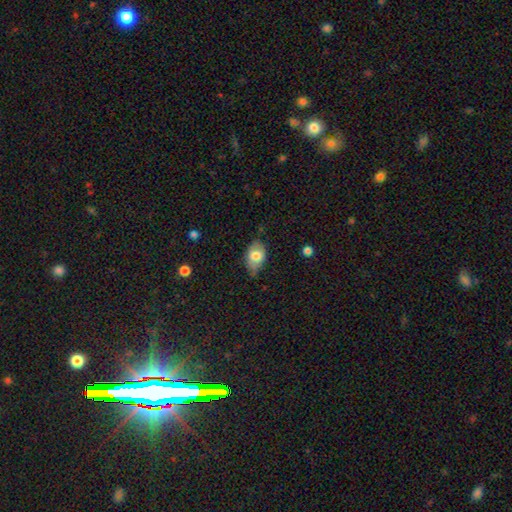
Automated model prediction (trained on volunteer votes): This appears to be a smooth galaxy with no disk features (72%) that is in between round and cigar-shaped (85%). Merging: none (56%).